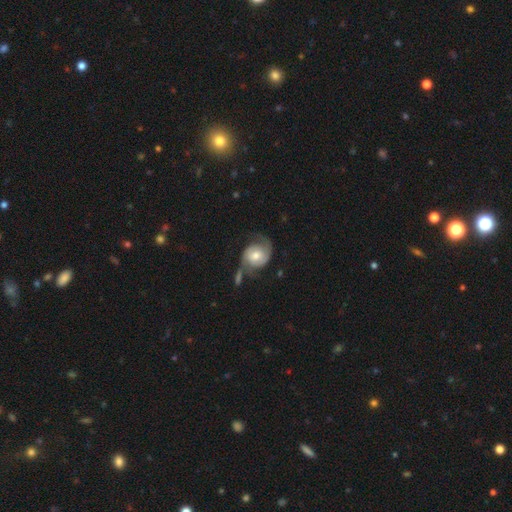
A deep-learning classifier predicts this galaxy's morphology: A featured or disk galaxy (72%) with no bar (69%), 2 (87%) medium (42%) spiral arms (92%) and a moderate central bulge (65%).

Vote fractions:
- Smooth or featured? featured or disk: 72% / smooth: 22% / star or artifact: 6%
- Edge-on disk? no: 97% / yes: 3%
- Bar? no: 69% / weak: 26% / strong: 5%
- Spiral arms? yes: 92% / no: 8%
- Spiral winding? medium: 42% / loose: 35% / tight: 23%
- Spiral arm count? 2: 87% / can't tell: 5% / 1: 4% / 3: 1% / 4: 1% / more than 4: 1%
- Bulge size? moderate: 65% / small: 20% / large: 12% / none: 2% / dominant: 2%
- Merging? none: 53% / minor disturbance: 21% / major disturbance: 17% / merger: 9%